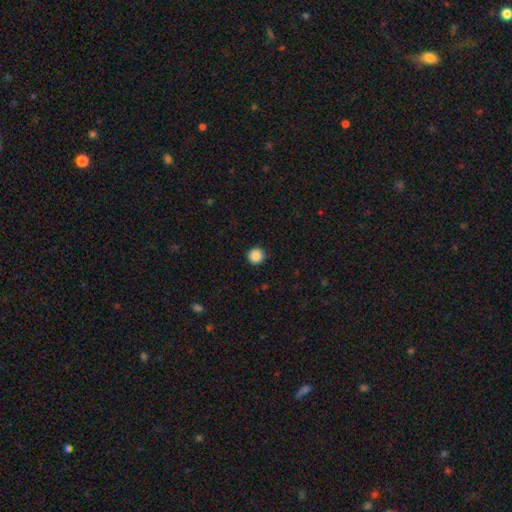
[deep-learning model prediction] The model was most divided on "smooth or featured": smooth: 88%, star or artifact: 9%, featured or disk: 3%. More confident: how rounded — round (96%); merging — none (92%).